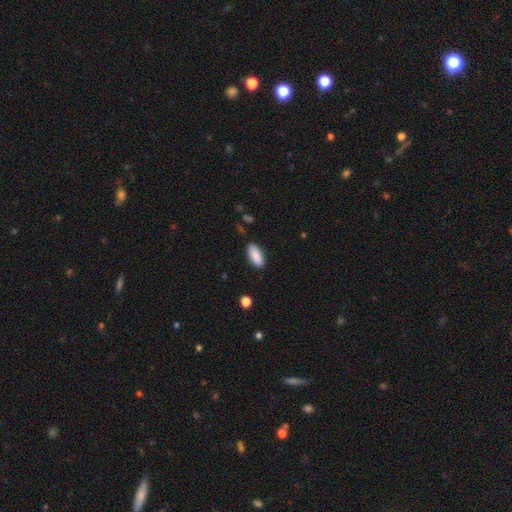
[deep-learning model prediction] smooth-or-featured: smooth: 89% | star or artifact: 6% | featured or disk: 5%
  how-rounded: in between: 88% | cigar-shaped: 10% | round: 2%
  merging: none: 86% | minor disturbance: 10% | major disturbance: 2% | merger: 2%